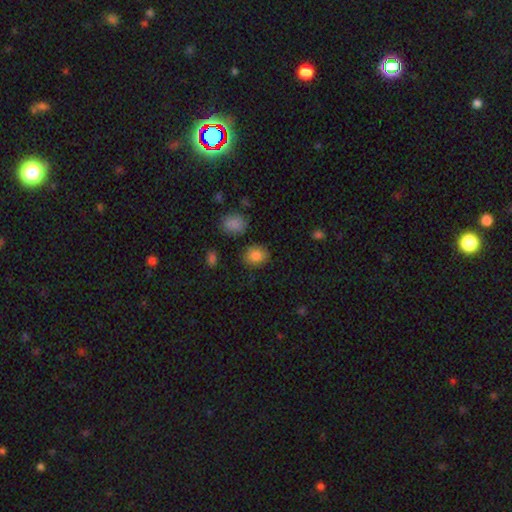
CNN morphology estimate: The model was most divided on "how rounded": round: 57%, in between: 42%, cigar-shaped: 1%. More confident: smooth or featured — smooth (84%); merging — none (83%).